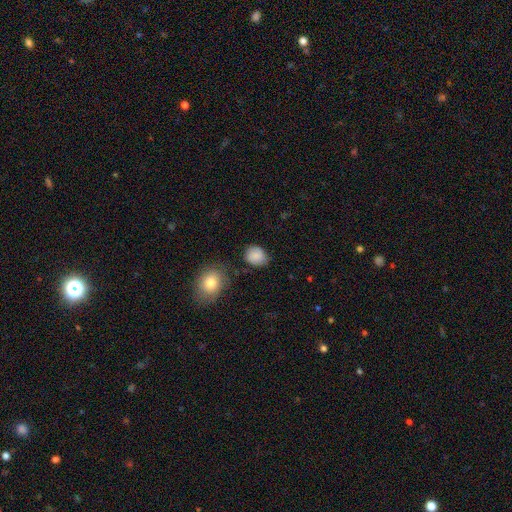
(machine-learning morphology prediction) The model was most divided on "how rounded": round: 58%, in between: 41%, cigar-shaped: 1%. More confident: smooth or featured — smooth (82%); merging — none (72%).